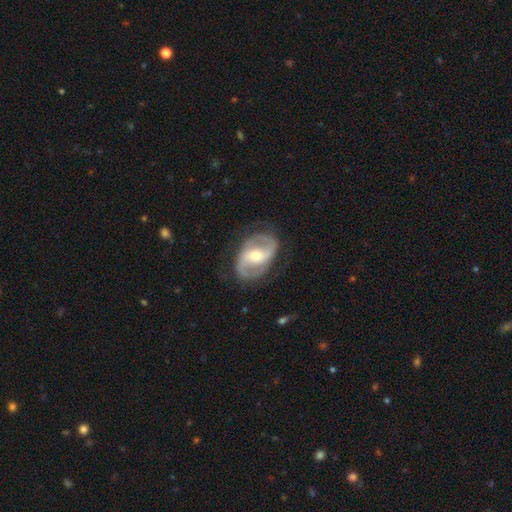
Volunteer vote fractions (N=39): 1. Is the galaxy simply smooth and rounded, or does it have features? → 85% featured or disk, 8% smooth, 8% star or artifact.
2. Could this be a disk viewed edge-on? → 97% no, 3% yes.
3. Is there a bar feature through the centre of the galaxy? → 41% weak, 31% strong, 28% no.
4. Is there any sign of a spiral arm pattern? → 94% yes, 6% no.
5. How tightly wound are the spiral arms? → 60% medium, 30% tight, 10% loose.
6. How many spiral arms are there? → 90% 2, 3% 1, 3% 3, 3% can't tell, 0% 4, 0% more than 4.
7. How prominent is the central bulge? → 50% small, 47% moderate, 3% large, 0% dominant, 0% none.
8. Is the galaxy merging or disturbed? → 75% none, 14% major disturbance, 8% minor disturbance, 3% merger.